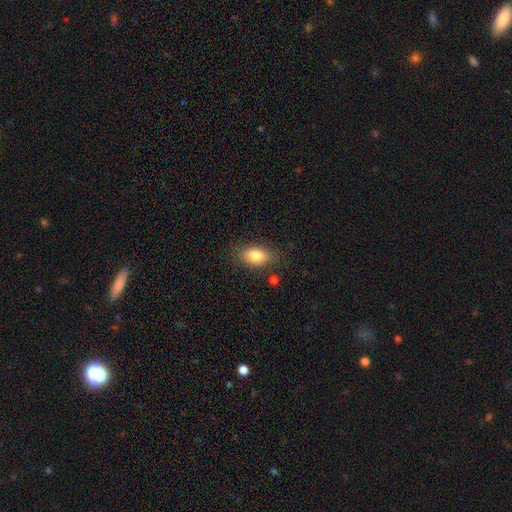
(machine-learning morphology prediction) A smooth galaxy with no disk features (80%) that is in between round and cigar-shaped (85%).

Vote fractions:
- Smooth or featured? smooth: 80% / featured or disk: 11% / star or artifact: 9%
- How rounded? in between: 85% / round: 12% / cigar-shaped: 3%
- Merging? none: 81% / minor disturbance: 13% / major disturbance: 3% / merger: 3%